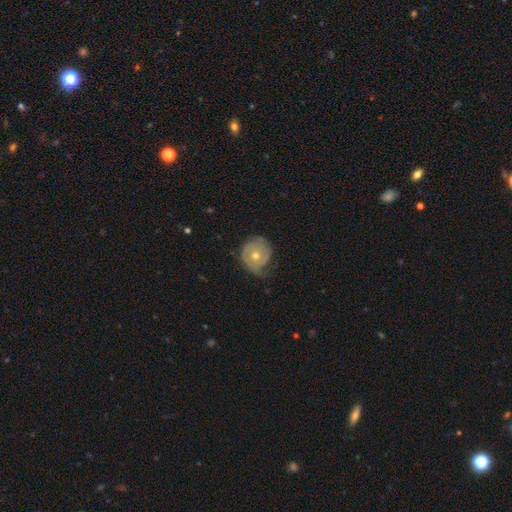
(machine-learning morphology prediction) Q: Smooth or featured?
A: featured or disk (67%); runner-up: smooth (25%)
Q: Edge-on disk?
A: no (97%); runner-up: yes (3%)
Q: Bar?
A: no (83%); runner-up: weak (14%)
Q: Spiral arms?
A: yes (80%); runner-up: no (20%)
Q: Spiral winding?
A: tight (65%); runner-up: medium (25%)
Q: Spiral arm count?
A: 2 (33%); runner-up: 1 (27%)
Q: Bulge size?
A: moderate (64%); runner-up: small (33%)
Q: Merging?
A: none (58%); runner-up: minor disturbance (28%)